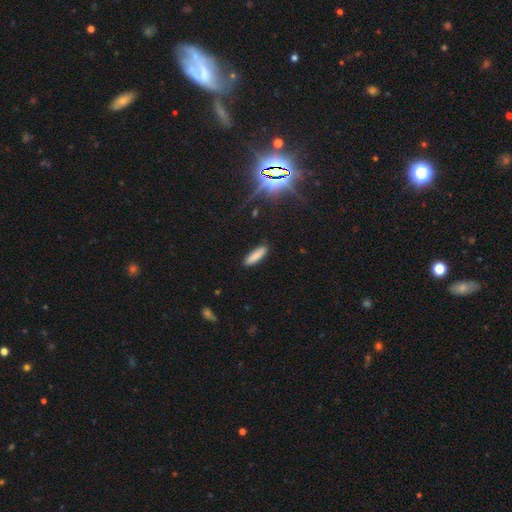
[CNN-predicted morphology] smooth-or-featured: smooth: 83% | star or artifact: 9% | featured or disk: 8%
  how-rounded: cigar-shaped: 67% | in between: 31% | round: 2%
  merging: none: 89% | minor disturbance: 8% | major disturbance: 2% | merger: 1%